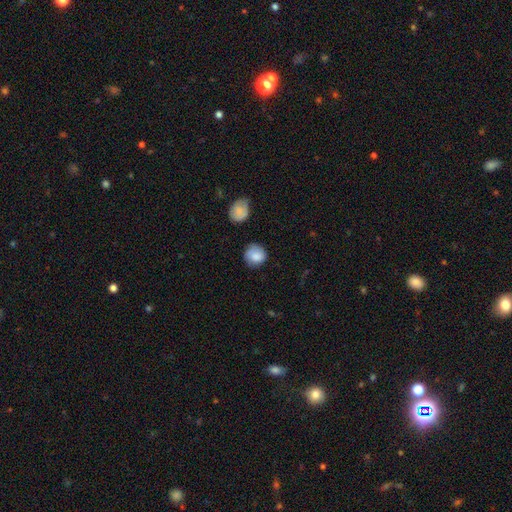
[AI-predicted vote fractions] Smooth or featured?
  - smooth: 83% *
  - featured or disk: 9%
  - star or artifact: 8%
How rounded?
  - round: 85% *
  - in between: 14%
  - cigar-shaped: 1%
Merging?
  - none: 69% *
  - minor disturbance: 22%
  - major disturbance: 6%
  - merger: 3%